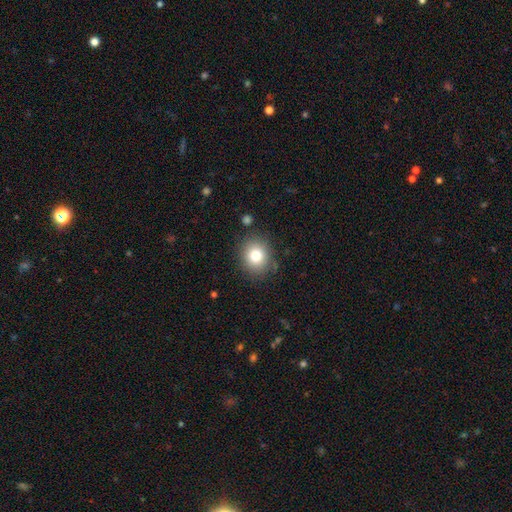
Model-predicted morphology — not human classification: smooth-or-featured: smooth: 79% | star or artifact: 11% | featured or disk: 10%
  how-rounded: round: 77% | in between: 22% | cigar-shaped: 1%
  merging: none: 84% | minor disturbance: 10% | major disturbance: 3% | merger: 2%